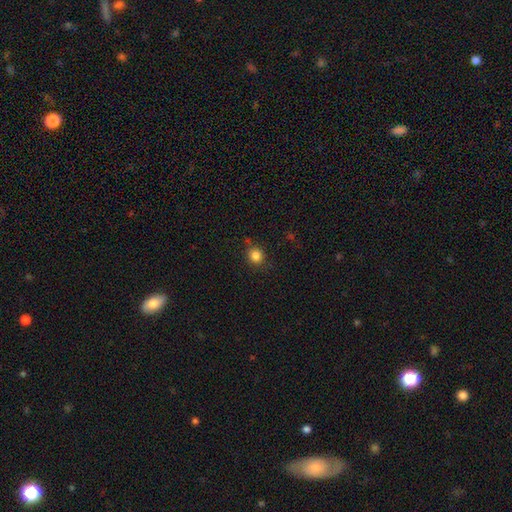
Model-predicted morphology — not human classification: type=smooth (83%); roundness=round (86%); merging=none (80%).